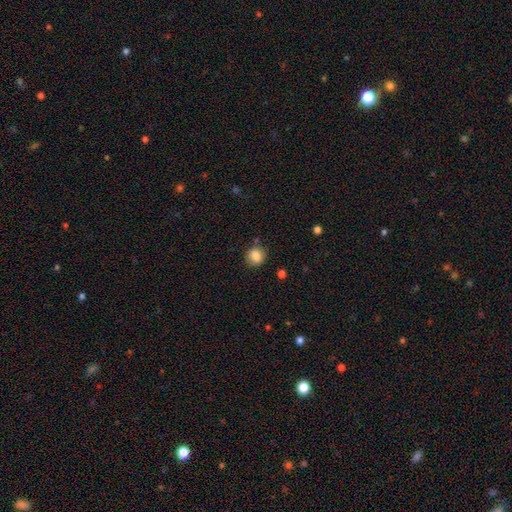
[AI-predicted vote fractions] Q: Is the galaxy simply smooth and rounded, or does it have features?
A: smooth — 85%.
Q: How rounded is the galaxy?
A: round — 78%.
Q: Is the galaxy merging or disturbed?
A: none — 79%.